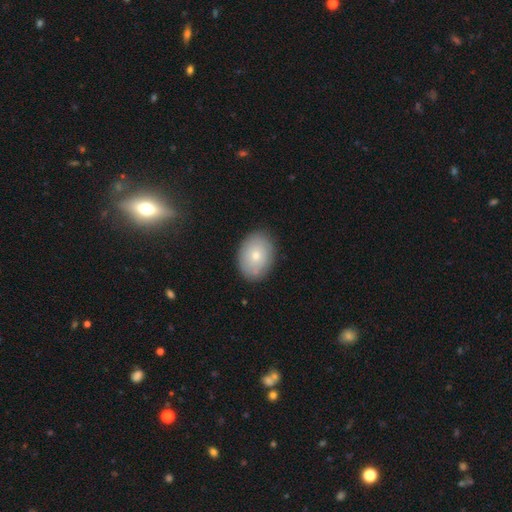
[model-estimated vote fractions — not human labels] Smooth or featured? smooth (73%)
How rounded? in between (70%)
Merging? none (86%)